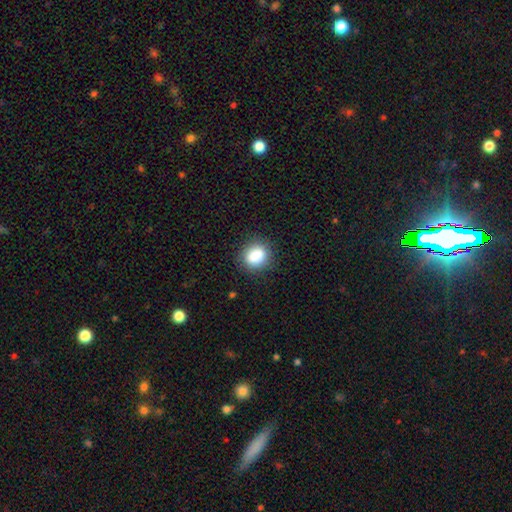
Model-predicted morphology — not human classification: This is clearly a smooth galaxy (85%). How rounded: possibly round (56%). Merging: clearly none (85%).